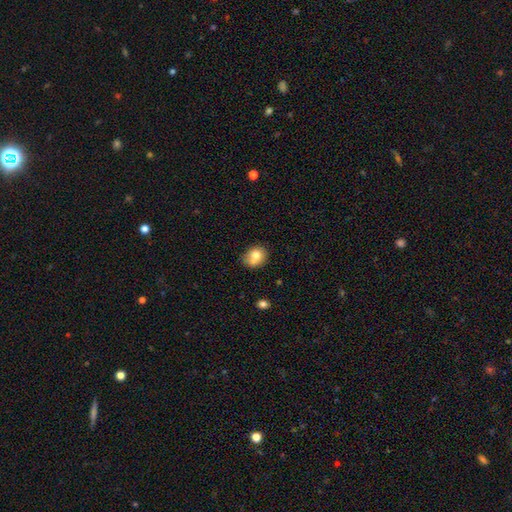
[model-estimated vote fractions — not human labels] Overall: smooth (74%). How rounded: round (58%; in between 41%). Merging: none (50%; merger 26%).